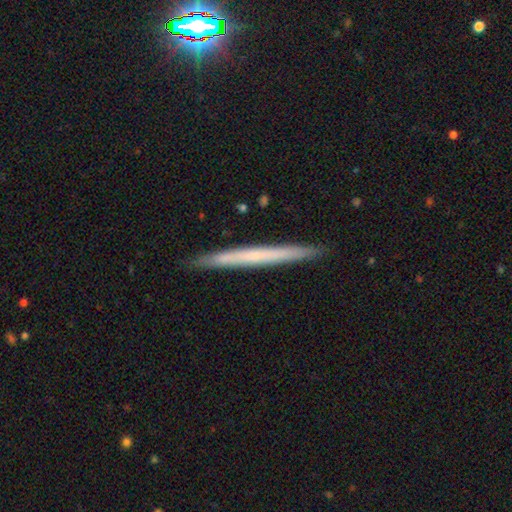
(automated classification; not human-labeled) The model was most divided on "smooth or featured": smooth: 48%, featured or disk: 46%, star or artifact: 6%. More confident: merging — none (92%).